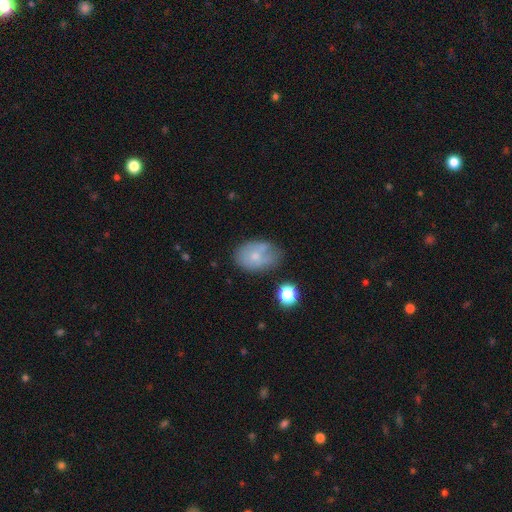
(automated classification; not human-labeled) Overall: smooth (60%; featured or disk 31%). How rounded: in between (78%). Merging: none (50%; minor disturbance 30%).